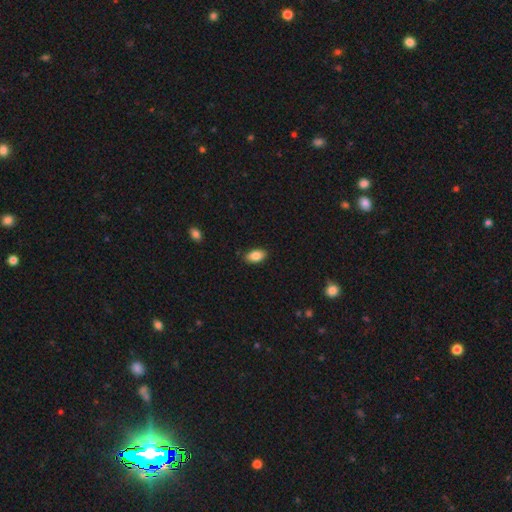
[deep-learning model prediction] A smooth galaxy with no disk features (86%) that is in between round and cigar-shaped (93%).

Vote fractions:
- Smooth or featured? smooth: 86% / star or artifact: 7% / featured or disk: 7%
- How rounded? in between: 93% / round: 5% / cigar-shaped: 3%
- Merging? none: 87% / minor disturbance: 10% / major disturbance: 2% / merger: 1%